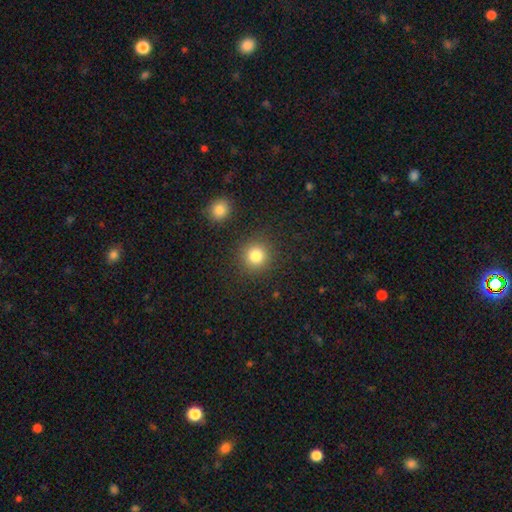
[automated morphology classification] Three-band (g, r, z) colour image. It shows a smooth galaxy with no disk features (83%) that is round (92%). Merging: none (88%).